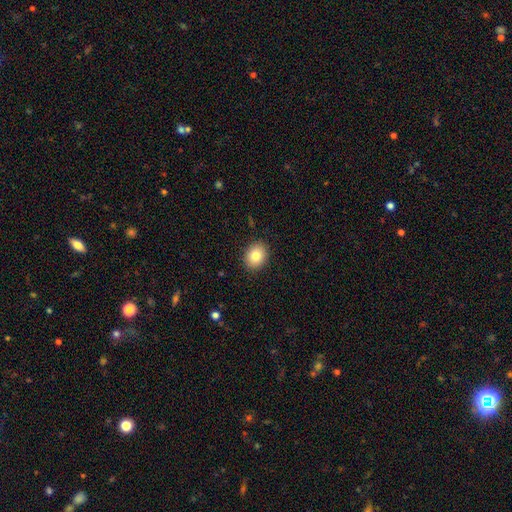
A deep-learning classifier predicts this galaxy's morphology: This appears to be a smooth galaxy with no disk features (82%) that is in between round and cigar-shaped (50%). Merging: none (90%).